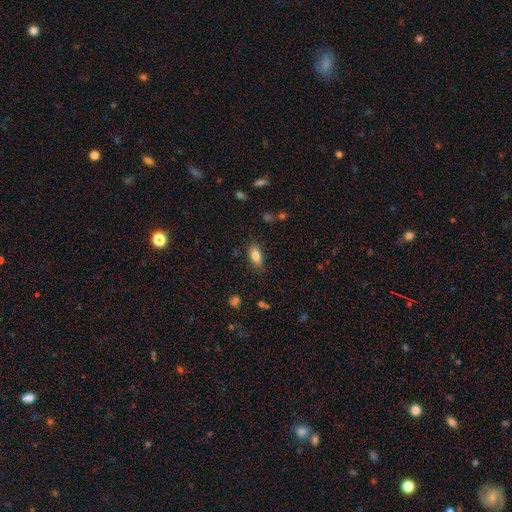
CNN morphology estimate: Smooth or featured? smooth (81%)
How rounded? in between (87%)
Merging? none (81%)